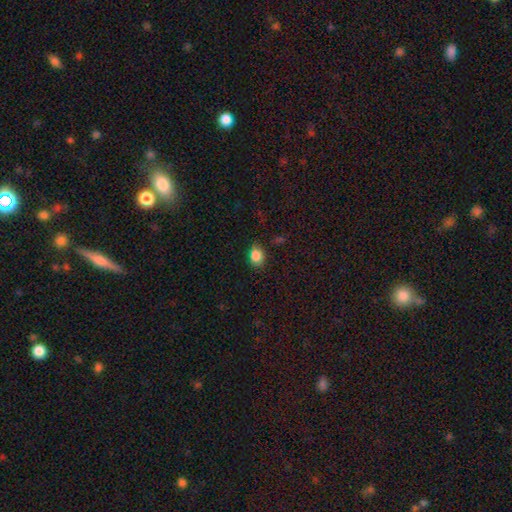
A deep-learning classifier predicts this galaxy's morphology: smooth_or_featured: smooth (p=0.85) [alt: star or artifact p=0.10]
how_rounded: in between (p=0.59) [alt: round p=0.40]
merging: none (p=0.76) [alt: minor disturbance p=0.18]